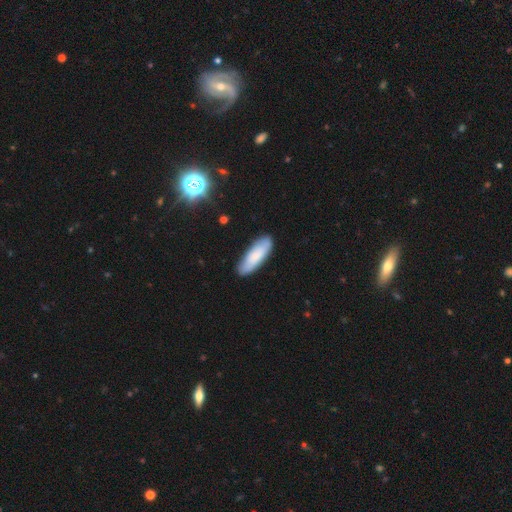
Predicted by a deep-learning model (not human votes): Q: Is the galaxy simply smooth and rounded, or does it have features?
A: smooth — 79%.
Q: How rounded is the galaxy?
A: in between — 50%.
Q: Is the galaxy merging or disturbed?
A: none — 85%.